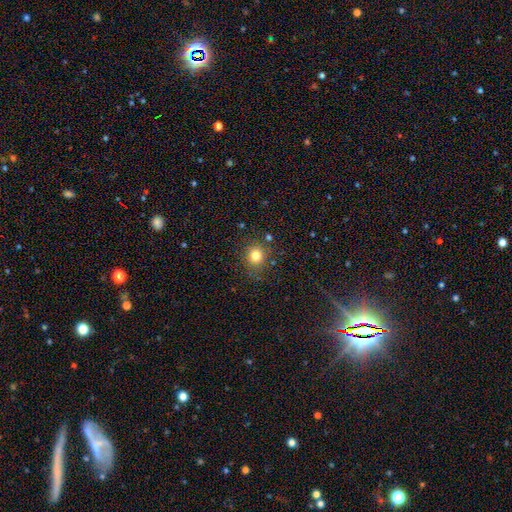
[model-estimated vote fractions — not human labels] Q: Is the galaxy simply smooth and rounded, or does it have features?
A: smooth — 80%.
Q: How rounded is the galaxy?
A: round — 83%.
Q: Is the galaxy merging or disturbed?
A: none — 83%.